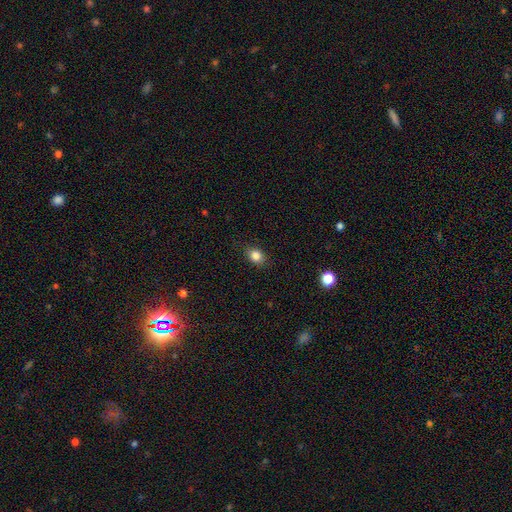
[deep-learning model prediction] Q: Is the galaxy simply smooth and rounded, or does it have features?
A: smooth — 83%.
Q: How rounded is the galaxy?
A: in between — 59%.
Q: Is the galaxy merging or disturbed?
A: none — 85%.